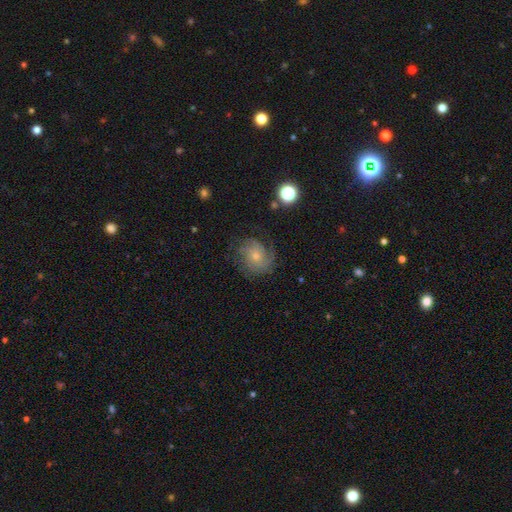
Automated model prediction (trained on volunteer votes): This is likely a featured or disk galaxy (71%). It is clearly not viewed edge-on (97%). Bar: likely no (78%). Spiral arm pattern: clearly yes (94%). Spiral arm count: marginally can't tell (34%). Spiral winding: possibly tight (59%). Central bulge: possibly small (59%). Merging: likely none (75%).